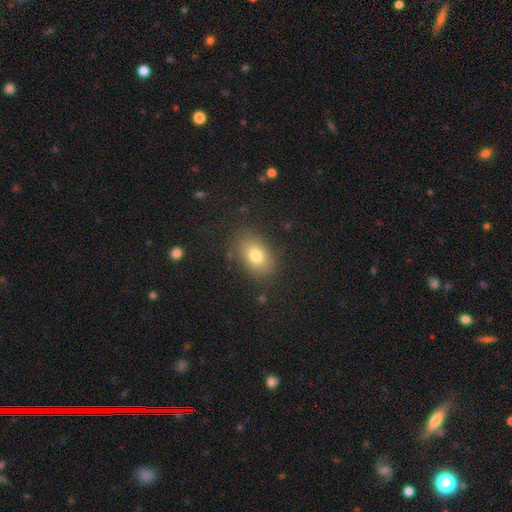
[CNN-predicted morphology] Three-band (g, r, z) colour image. It shows a smooth galaxy with no disk features (78%) that is in between round and cigar-shaped (79%). Merging: none (83%).